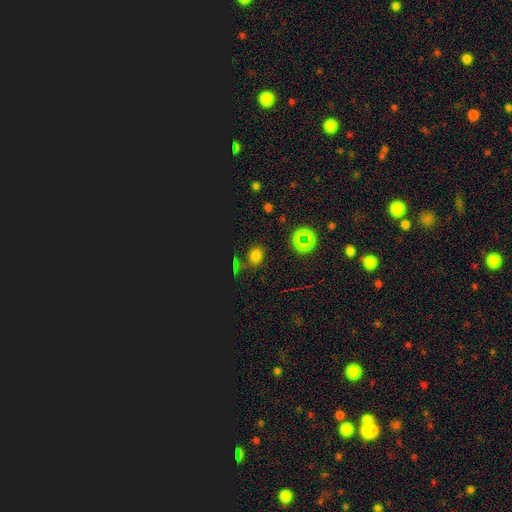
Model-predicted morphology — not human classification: type=smooth (57%); roundness=round (62%); merging=none (79%).